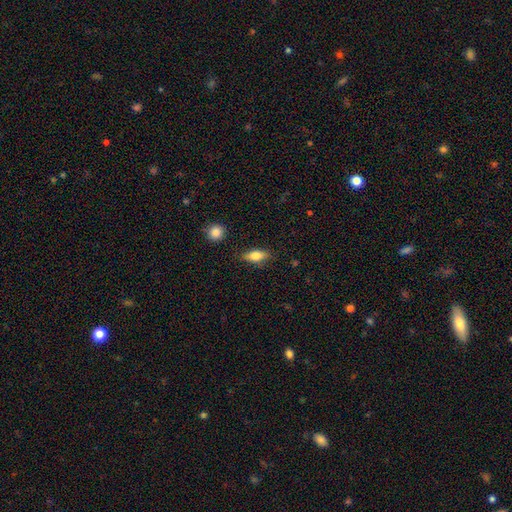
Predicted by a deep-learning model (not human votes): Smooth or featured? smooth (68%)
How rounded? in between (71%)
Merging? none (83%)